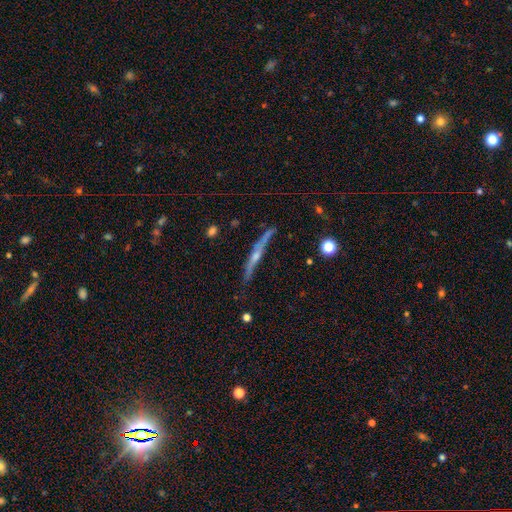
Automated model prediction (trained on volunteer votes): A featured or disk galaxy (76%) viewed edge-on (96%) with a rounded central bulge (77%). Merging: none (79%).